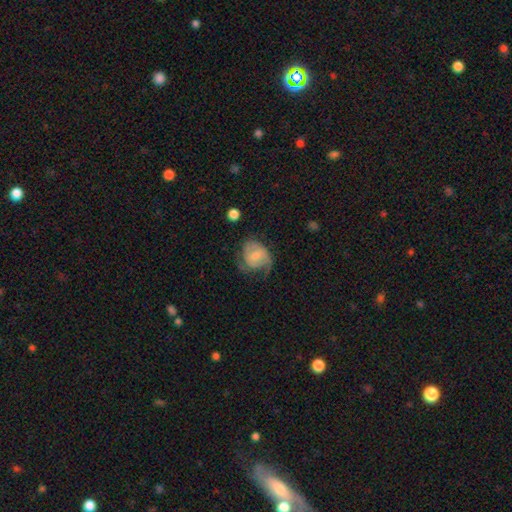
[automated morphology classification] Smooth or featured? Predicted: featured or disk (p=0.52). Edge-on disk? Predicted: no (p=0.97). Bar? Predicted: no (p=0.55). Spiral arms? Predicted: yes (p=0.77). Bulge size? Predicted: small (p=0.47). Merging? Predicted: none (p=0.40).